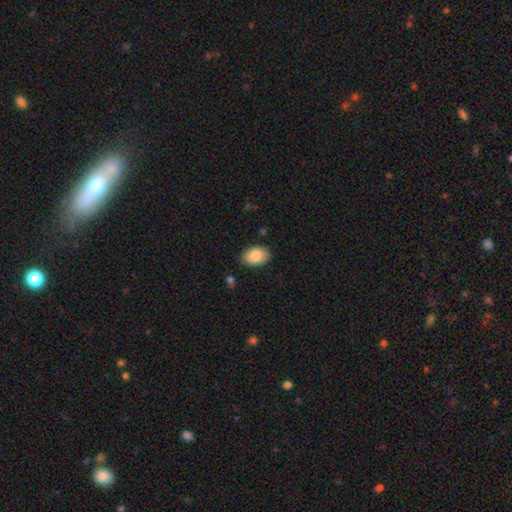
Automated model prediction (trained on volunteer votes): This is clearly a smooth galaxy (83%). How rounded: clearly in between (85%). Merging: clearly none (86%).